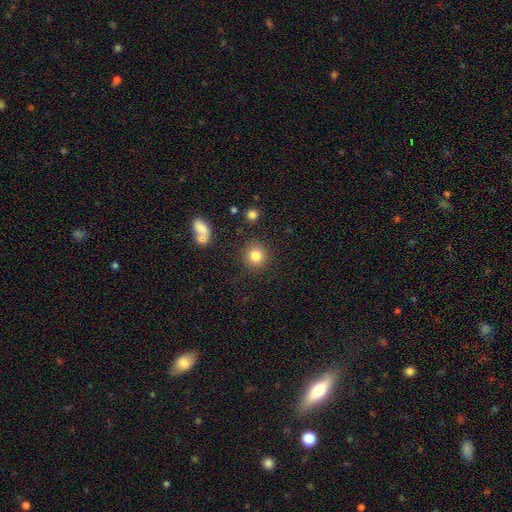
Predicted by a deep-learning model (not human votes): Morphology: type=smooth (83%); roundness=round (91%); merging=none (87%).